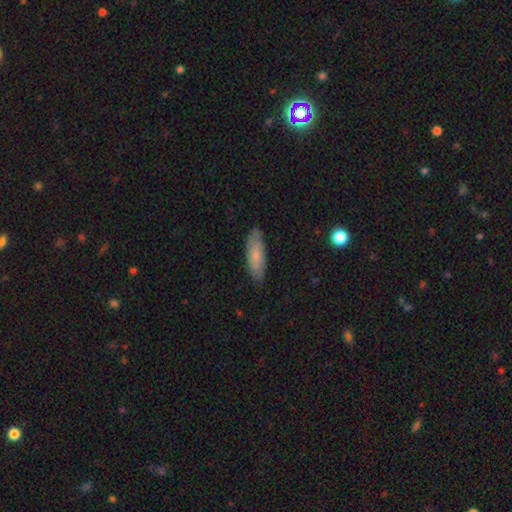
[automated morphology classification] This is likely a smooth galaxy (67%). How rounded: likely in between (61%). Merging: clearly none (82%).